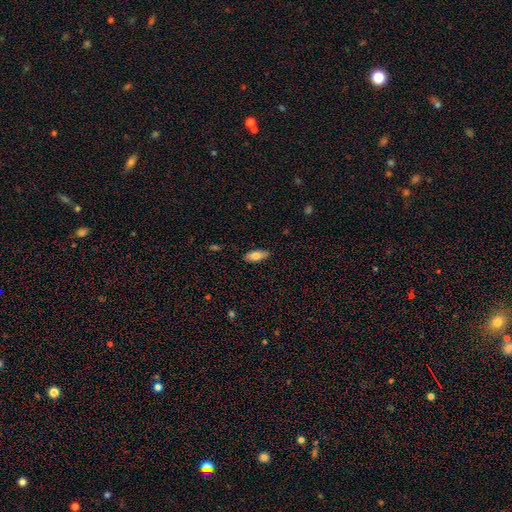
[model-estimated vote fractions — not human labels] A smooth galaxy with no disk features (74%) that is in between round and cigar-shaped (78%).

Vote fractions:
- Smooth or featured? smooth: 74% / featured or disk: 19% / star or artifact: 7%
- How rounded? in between: 78% / cigar-shaped: 20% / round: 3%
- Merging? none: 84% / minor disturbance: 13% / major disturbance: 2% / merger: 1%